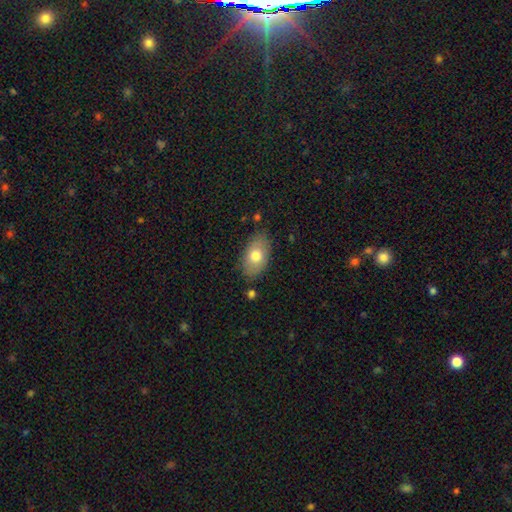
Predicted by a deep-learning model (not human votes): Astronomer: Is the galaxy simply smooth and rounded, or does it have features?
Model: smooth — 73%.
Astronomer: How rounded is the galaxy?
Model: in between — 91%.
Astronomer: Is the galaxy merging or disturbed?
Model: none — 80%.